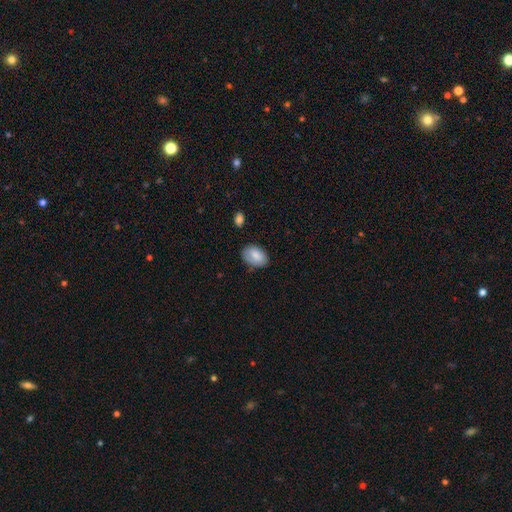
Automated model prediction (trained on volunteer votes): Overall: smooth (82%). How rounded: in between (89%). Merging: none (75%).